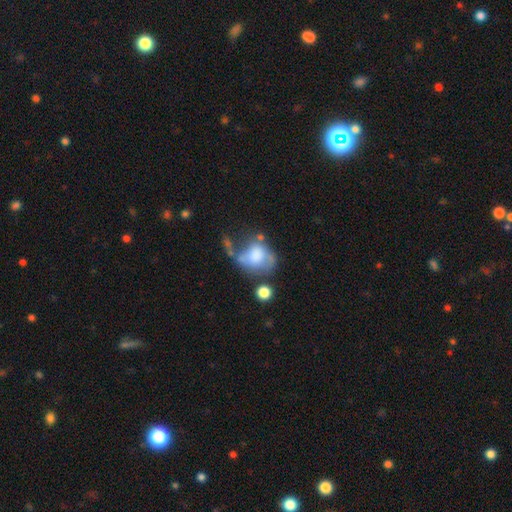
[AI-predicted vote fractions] Smooth or featured? Predicted: smooth (p=0.54). How rounded? Predicted: in between (p=0.55). Merging? Predicted: major disturbance (p=0.33).